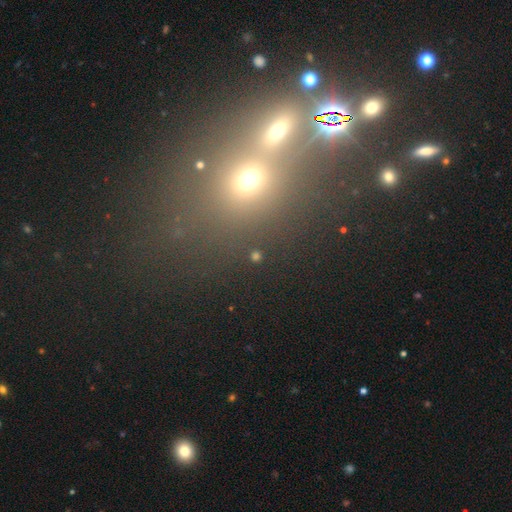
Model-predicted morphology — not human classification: This is possibly a smooth galaxy (48%). Merging: clearly none (83%).